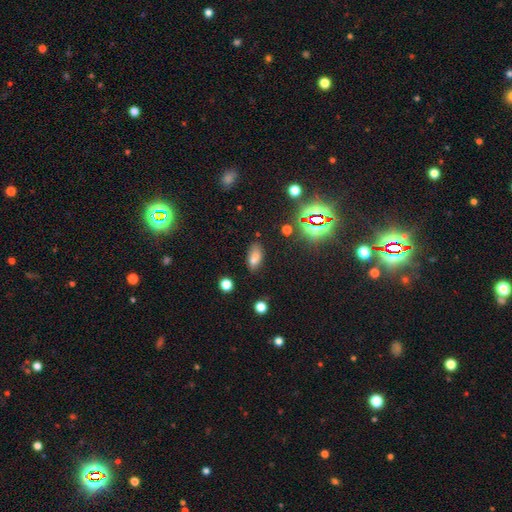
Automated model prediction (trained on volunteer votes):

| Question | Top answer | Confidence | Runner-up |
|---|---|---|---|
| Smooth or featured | smooth | 74% | star or artifact (17%) |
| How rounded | in between | 89% | cigar-shaped (7%) |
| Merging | none | 72% | minor disturbance (19%) |